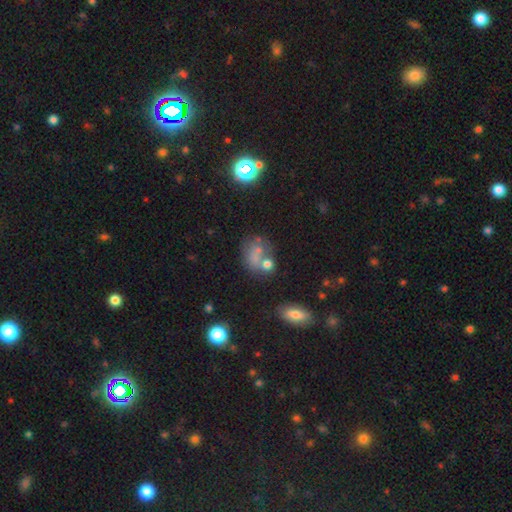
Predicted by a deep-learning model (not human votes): This appears to be a smooth galaxy with no disk features (57%) that is in between round and cigar-shaped (52%). Merging: merger (35%, tied with none).